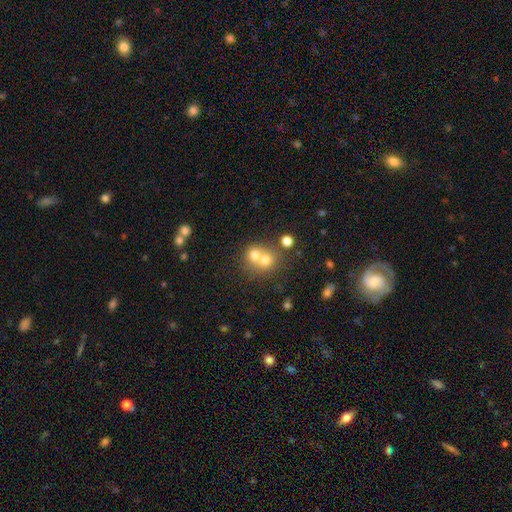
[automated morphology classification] A smooth galaxy with no disk features (64%) that is round (77%). Merging: merger (59%).